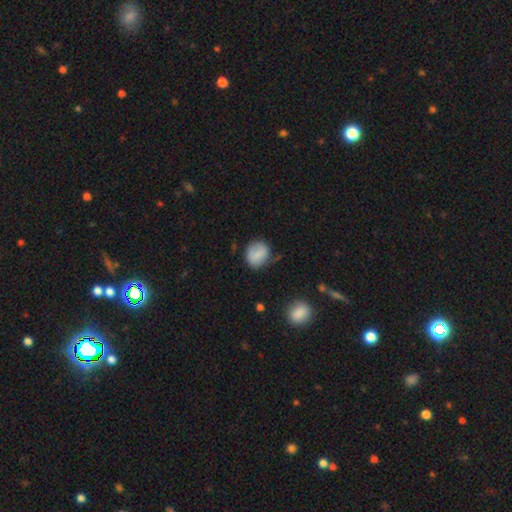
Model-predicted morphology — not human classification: Smooth or featured: smooth — 75% (featured or disk — 17%)
How rounded: round — 75% (in between — 24%)
Merging: none — 64% (minor disturbance — 25%)